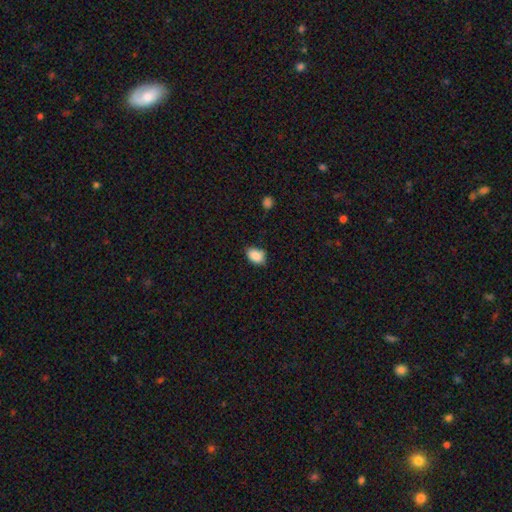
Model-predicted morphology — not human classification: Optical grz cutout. It shows a smooth galaxy with no disk features (87%) that is in between round and cigar-shaped (82%). Merging: none (76%).